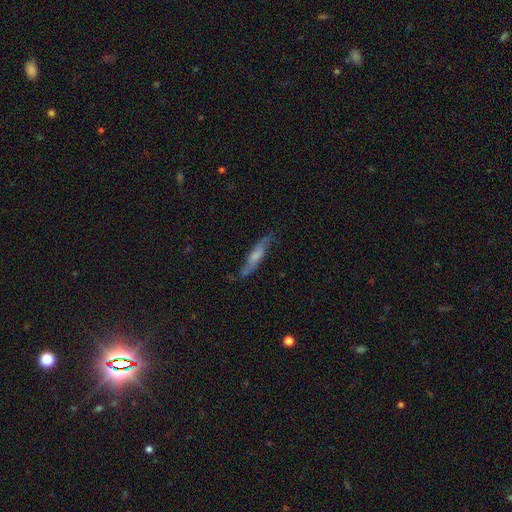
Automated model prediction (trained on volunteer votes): Smooth or featured? featured or disk (50%)
Edge-on disk? yes (68%)
Merging? none (73%)